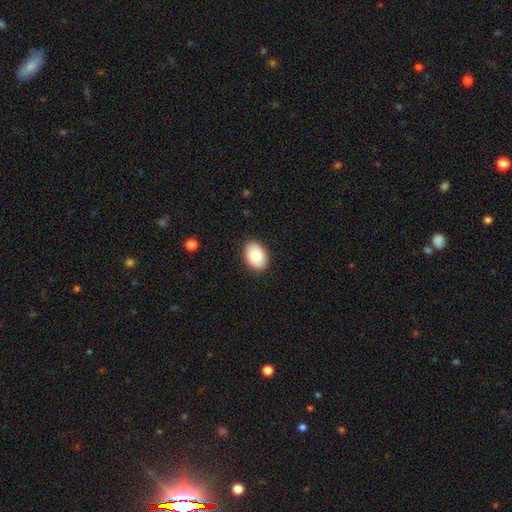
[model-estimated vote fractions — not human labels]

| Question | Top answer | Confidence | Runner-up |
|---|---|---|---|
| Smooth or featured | smooth | 87% | featured or disk (7%) |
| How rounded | in between | 86% | round (13%) |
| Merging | none | 89% | minor disturbance (8%) |